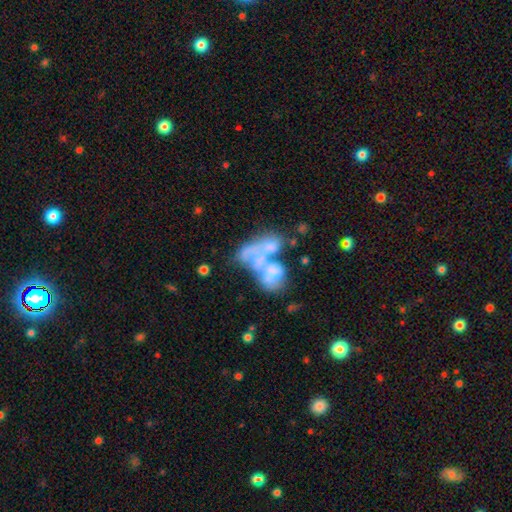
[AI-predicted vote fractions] Smooth or featured: featured or disk — 50% (smooth — 38%)
Merging: merger — 65% (major disturbance — 18%)